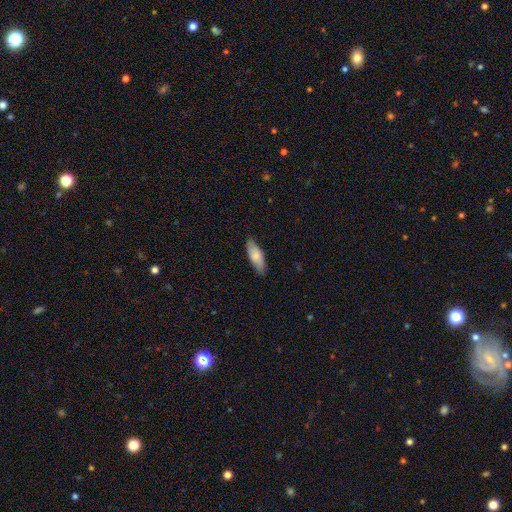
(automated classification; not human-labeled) smooth 78%, featured or disk 16%, star or artifact 6%. Down the decision tree: how rounded — in between (67%); merging — none (83%).